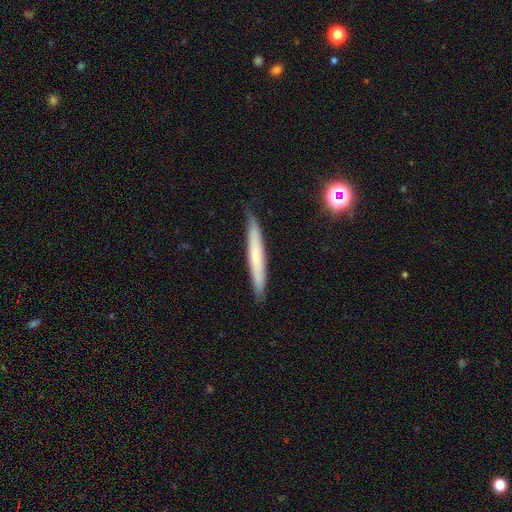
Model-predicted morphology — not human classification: A smooth galaxy with no disk features (57%) that is cigar-shaped (96%).

Vote fractions:
- Smooth or featured? smooth: 57% / featured or disk: 35% / star or artifact: 8%
- How rounded? cigar-shaped: 96% / in between: 3% / round: 1%
- Merging? none: 86% / minor disturbance: 11% / major disturbance: 2% / merger: 1%